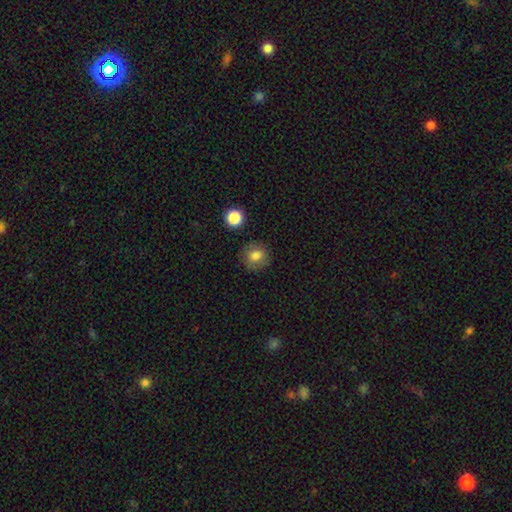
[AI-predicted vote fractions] A smooth galaxy with no disk features (80%) that is round (85%). Merging: none (84%).